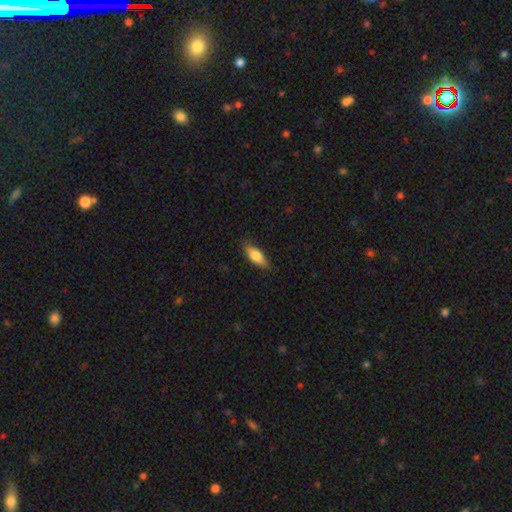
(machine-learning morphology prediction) Overall: smooth (75%). How rounded: in between (69%). Merging: none (82%).